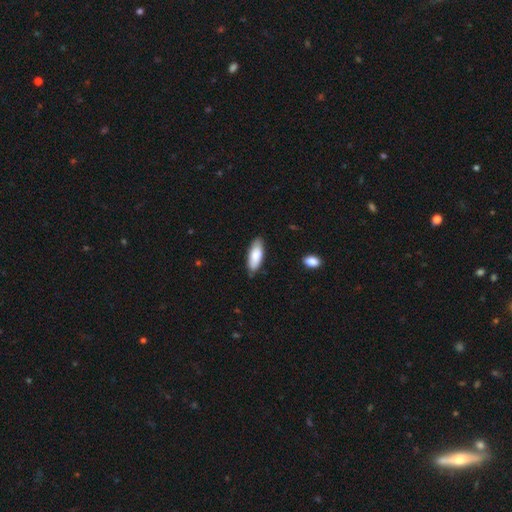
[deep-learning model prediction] A smooth galaxy with no disk features (83%) that is in between round and cigar-shaped (72%). Merging: none (81%).